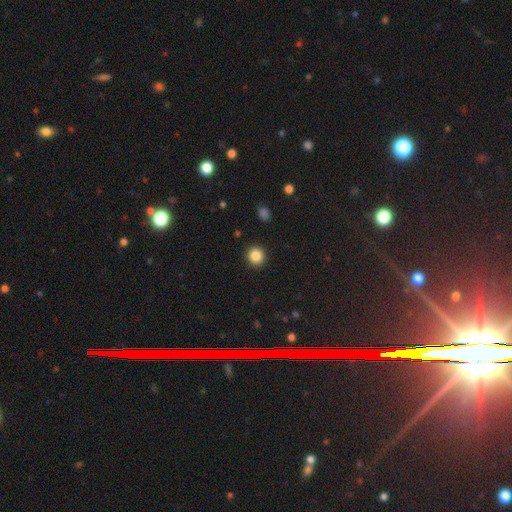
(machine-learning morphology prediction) smooth 86%, star or artifact 10%, featured or disk 4%. Down the decision tree: how rounded — round (93%); merging — none (92%).